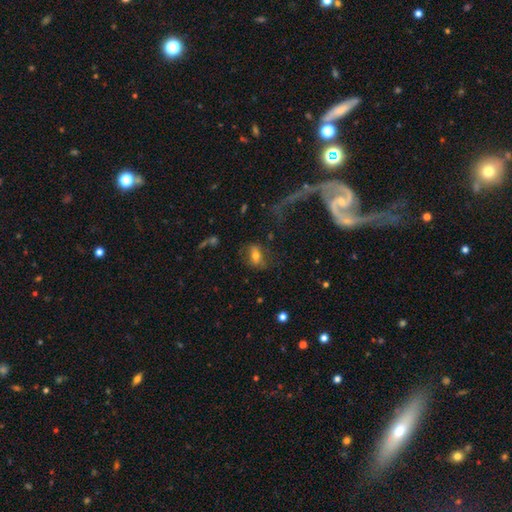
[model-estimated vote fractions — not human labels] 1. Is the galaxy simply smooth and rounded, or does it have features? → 57% smooth, 30% featured or disk, 13% star or artifact.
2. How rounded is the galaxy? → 75% in between, 19% round, 5% cigar-shaped.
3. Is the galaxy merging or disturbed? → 60% none, 19% minor disturbance, 18% major disturbance, 4% merger.